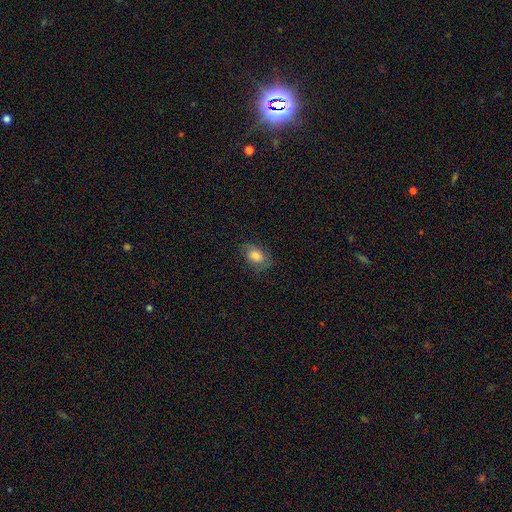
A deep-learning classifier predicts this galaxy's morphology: This is likely a smooth galaxy (73%). How rounded: likely in between (76%). Merging: likely none (70%).